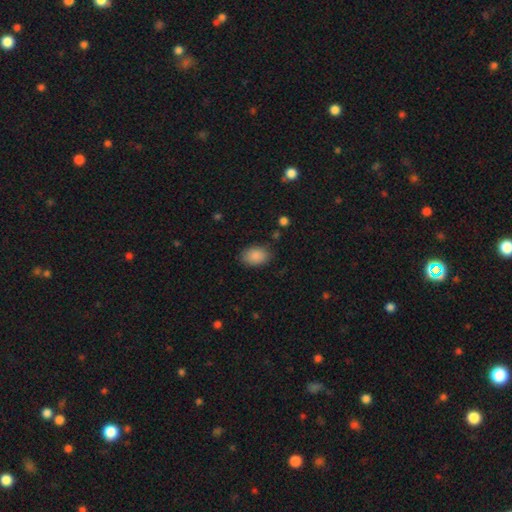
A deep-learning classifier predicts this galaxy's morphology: Smooth or featured: smooth — 89% (star or artifact — 7%)
How rounded: in between — 83% (round — 16%)
Merging: none — 83% (minor disturbance — 13%)